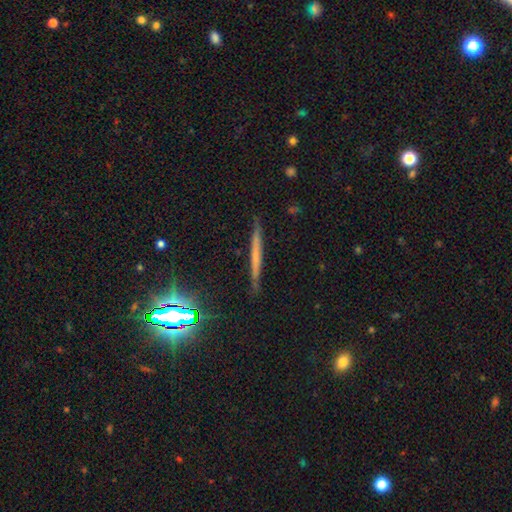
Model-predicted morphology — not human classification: This is marginally a featured or disk galaxy (44%). Merging: clearly none (88%).